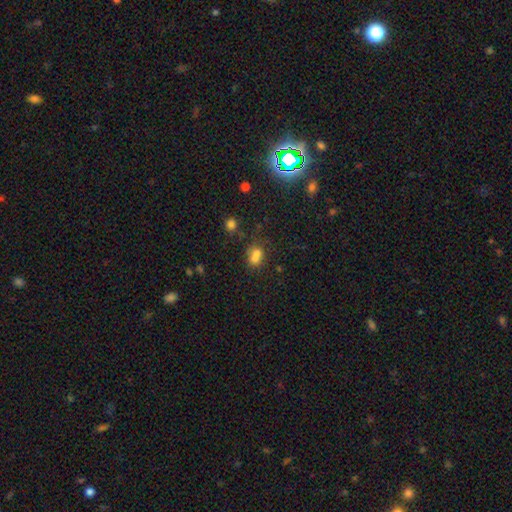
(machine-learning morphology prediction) Smooth or featured?
  - smooth: 71% *
  - star or artifact: 16%
  - featured or disk: 13%
How rounded?
  - in between: 52% *
  - round: 46%
  - cigar-shaped: 2%
Merging?
  - merger: 50% *
  - none: 33%
  - minor disturbance: 11%
  - major disturbance: 6%